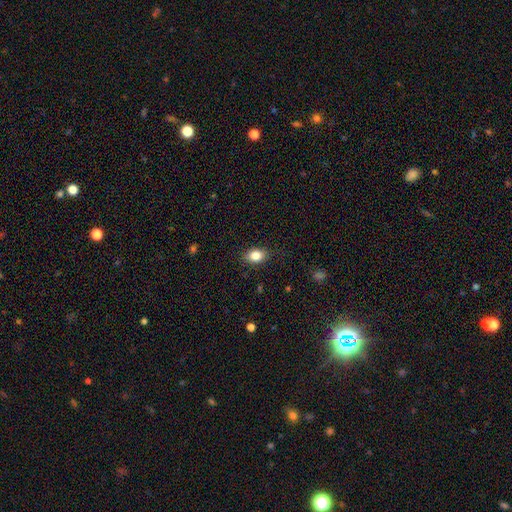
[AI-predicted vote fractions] Q: Smooth or featured?
A: smooth (84%); runner-up: star or artifact (9%)
Q: How rounded?
A: in between (74%); runner-up: round (24%)
Q: Merging?
A: none (84%); runner-up: minor disturbance (12%)